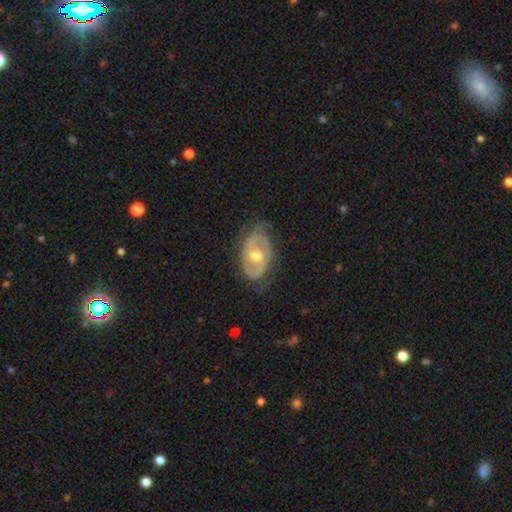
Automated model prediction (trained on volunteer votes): smooth_or_featured: featured or disk (p=0.71) [alt: smooth p=0.25]
disk_edge_on: no (p=0.94) [alt: yes p=0.06]
bar: no (p=0.67) [alt: weak p=0.24]
has_spiral_arms: no (p=0.50) [tied with: yes p=0.50]
bulge_size: moderate (p=0.80) [alt: small p=0.13]
merging: none (p=0.63) [alt: minor disturbance p=0.26]